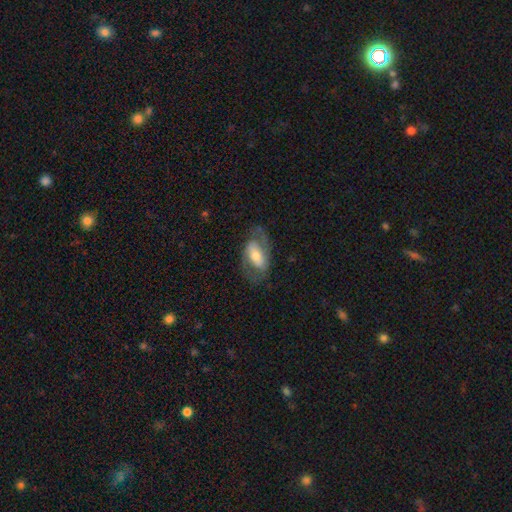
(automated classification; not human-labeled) Smooth or featured? Predicted: featured or disk (p=0.69). Edge-on disk? Predicted: no (p=0.94). Bar? Predicted: weak (p=0.37). Spiral arms? Predicted: yes (p=0.79). Spiral winding? Predicted: medium (p=0.50). Spiral arm count? Predicted: 2 (p=0.85). Bulge size? Predicted: moderate (p=0.57). Merging? Predicted: none (p=0.71).